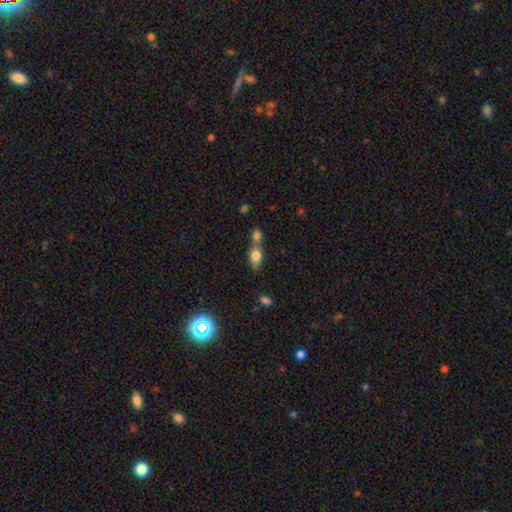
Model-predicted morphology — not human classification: This appears to be a smooth galaxy with no disk features (76%) that is in between round and cigar-shaped (71%). Merging: merger (59%).